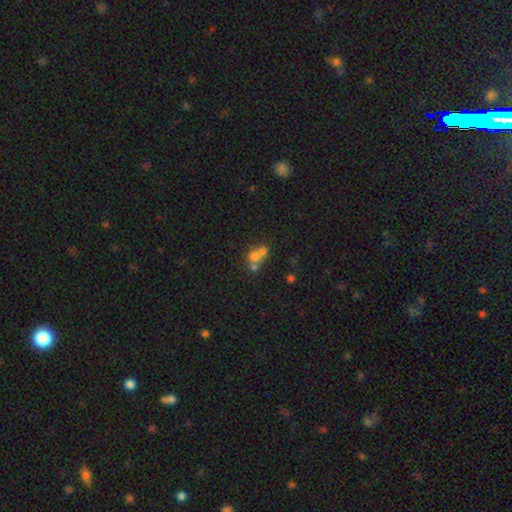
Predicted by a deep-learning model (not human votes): smooth_or_featured: smooth (p=0.59) [alt: featured or disk p=0.24]
how_rounded: round (p=0.75) [alt: in between p=0.23]
merging: merger (p=0.58) [alt: none p=0.31]